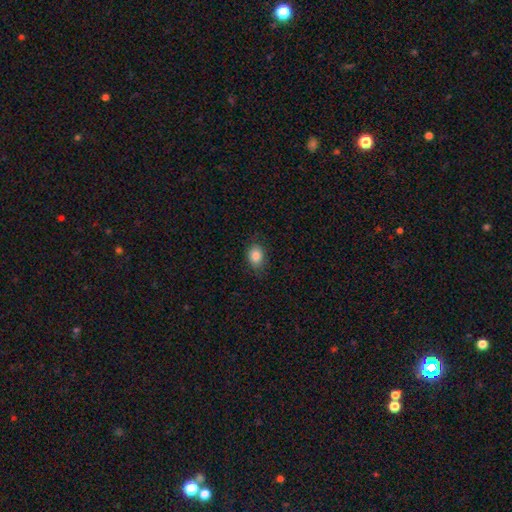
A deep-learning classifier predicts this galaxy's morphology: This appears to be a smooth galaxy with no disk features (84%) that is in between round and cigar-shaped (64%). Merging: none (80%).